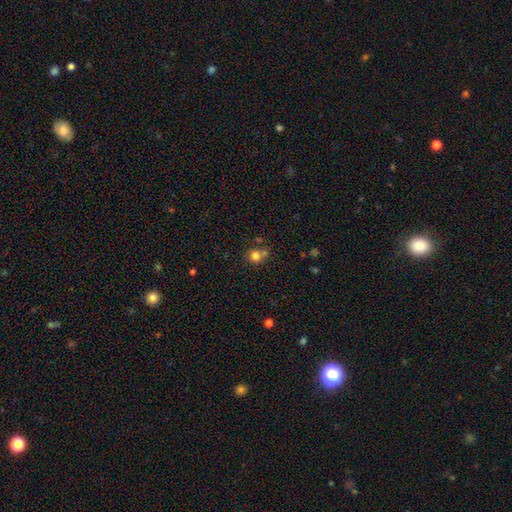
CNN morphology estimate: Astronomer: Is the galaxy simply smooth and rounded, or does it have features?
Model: smooth — 79%.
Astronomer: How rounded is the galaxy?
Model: round — 82%.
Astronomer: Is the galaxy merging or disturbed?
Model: none — 56%.